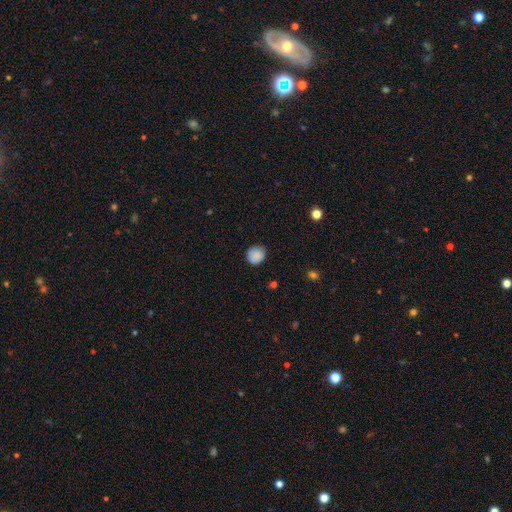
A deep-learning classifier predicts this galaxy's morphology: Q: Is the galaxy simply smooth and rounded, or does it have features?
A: smooth — 87%.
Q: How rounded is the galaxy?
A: round — 89%.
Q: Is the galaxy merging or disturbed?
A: none — 83%.